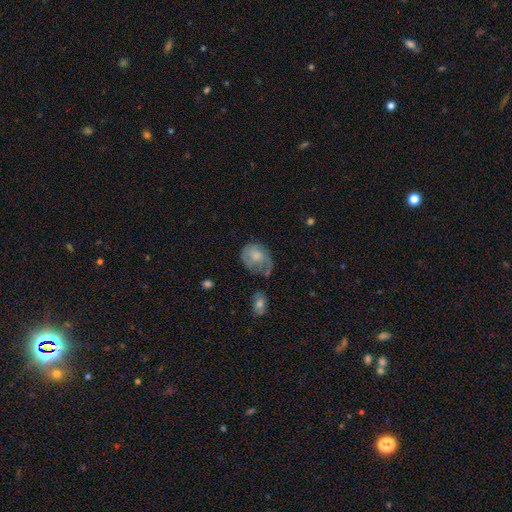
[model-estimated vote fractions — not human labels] smooth-or-featured: smooth: 54% | featured or disk: 38% | star or artifact: 8%
  how-rounded: in between: 51% | round: 47% | cigar-shaped: 1%
  merging: none: 40% | minor disturbance: 32% | major disturbance: 23% | merger: 5%